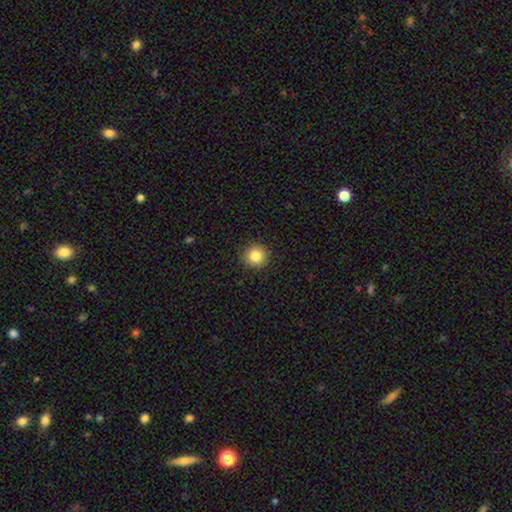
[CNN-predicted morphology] Smooth or featured? Predicted: smooth (p=0.84). How rounded? Predicted: round (p=0.94). Merging? Predicted: none (p=0.92).